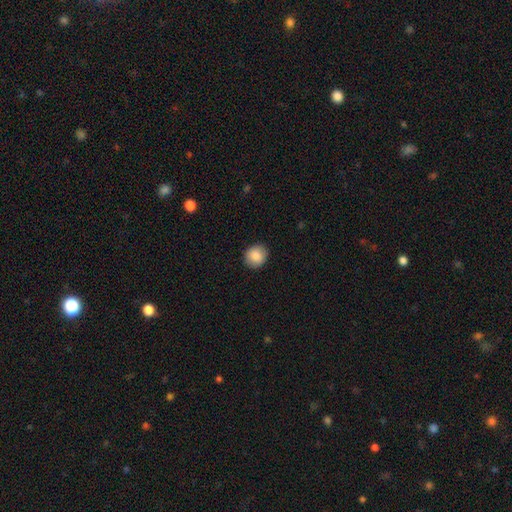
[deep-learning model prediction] Smooth or featured? smooth (86%)
How rounded? round (81%)
Merging? none (90%)